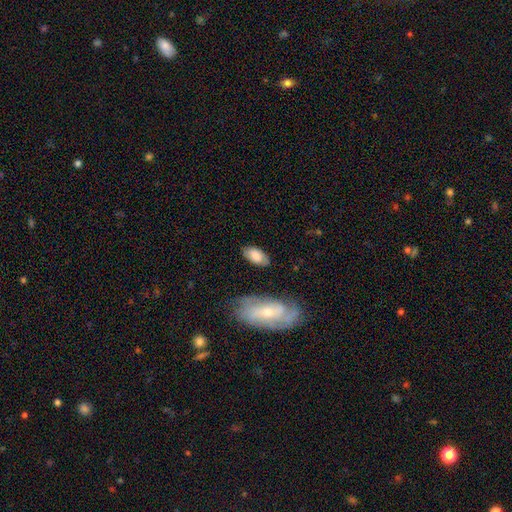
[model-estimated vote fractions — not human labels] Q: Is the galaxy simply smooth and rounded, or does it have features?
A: smooth — 79%.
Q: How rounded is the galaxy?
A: in between — 93%.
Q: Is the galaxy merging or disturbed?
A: none — 76%.